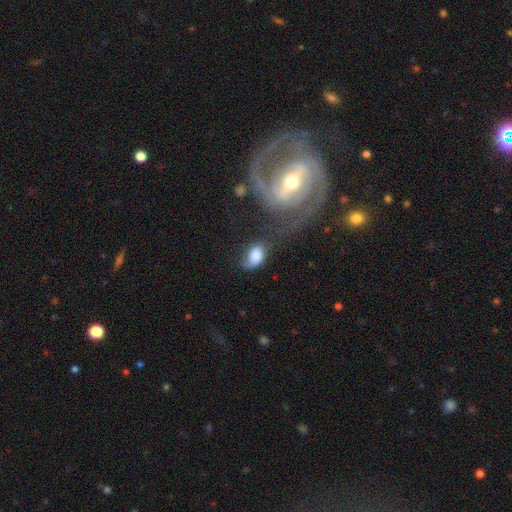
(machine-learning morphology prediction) Q: Smooth or featured?
A: smooth (73%); runner-up: featured or disk (18%)
Q: How rounded?
A: in between (82%); runner-up: round (17%)
Q: Merging?
A: none (38%); runner-up: minor disturbance (32%)